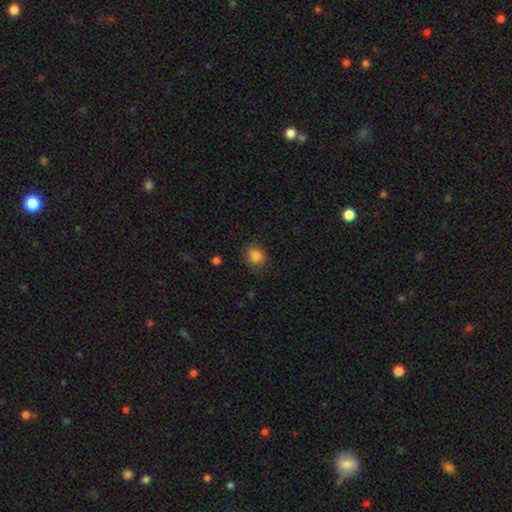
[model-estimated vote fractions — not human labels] smooth 84%, star or artifact 10%, featured or disk 5%. Down the decision tree: how rounded — round (62%); merging — none (73%).